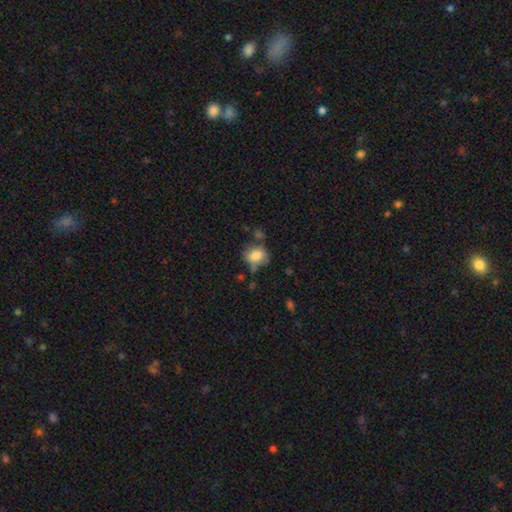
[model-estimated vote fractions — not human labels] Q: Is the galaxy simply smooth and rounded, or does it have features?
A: smooth — 78%.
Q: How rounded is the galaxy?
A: round — 51%.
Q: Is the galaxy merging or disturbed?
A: none — 54%.